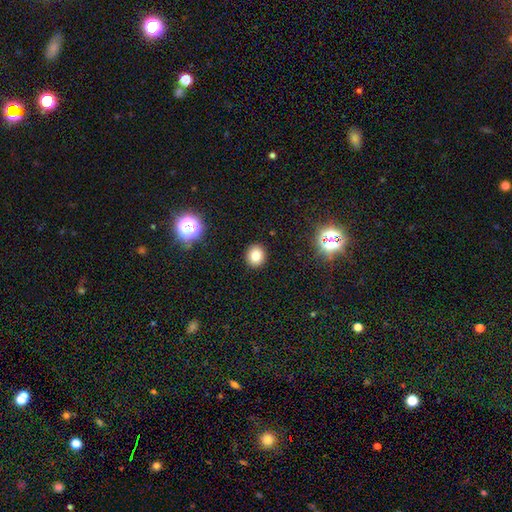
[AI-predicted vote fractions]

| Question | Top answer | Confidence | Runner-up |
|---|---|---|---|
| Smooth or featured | smooth | 78% | star or artifact (15%) |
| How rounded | round | 84% | in between (15%) |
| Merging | none | 92% | minor disturbance (5%) |